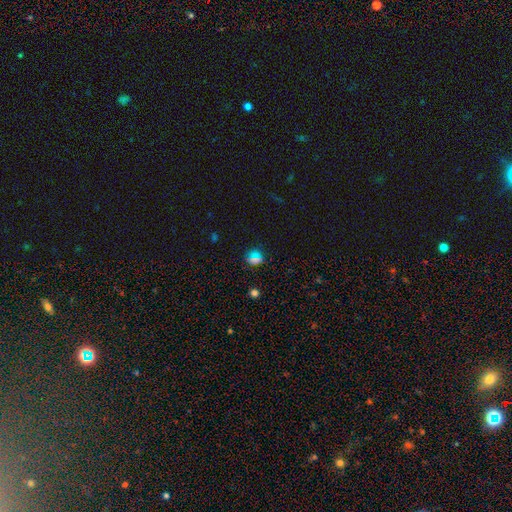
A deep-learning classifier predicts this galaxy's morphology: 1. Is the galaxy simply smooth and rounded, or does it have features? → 59% smooth, 33% star or artifact, 8% featured or disk.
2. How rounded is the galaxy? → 85% round, 13% in between, 2% cigar-shaped.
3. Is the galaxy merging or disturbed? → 84% none, 10% minor disturbance, 4% major disturbance, 3% merger.